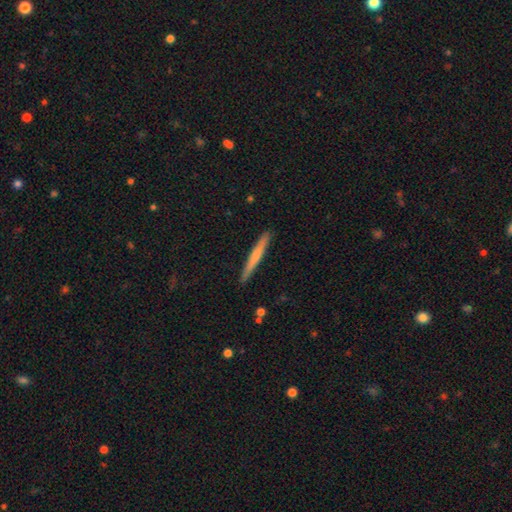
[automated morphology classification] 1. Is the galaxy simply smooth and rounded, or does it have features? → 59% smooth, 36% featured or disk, 5% star or artifact.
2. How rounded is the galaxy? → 97% cigar-shaped, 2% in between, 1% round.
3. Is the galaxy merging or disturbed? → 91% none, 7% minor disturbance, 1% major disturbance, 1% merger.